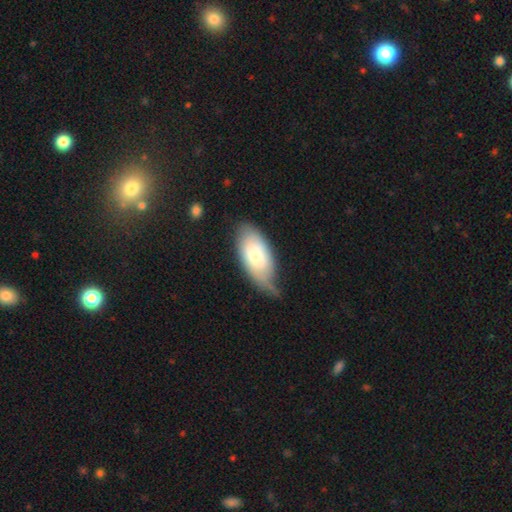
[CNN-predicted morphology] smooth-or-featured: smooth: 69% | featured or disk: 25% | star or artifact: 6%
  how-rounded: in between: 93% | cigar-shaped: 4% | round: 3%
  merging: none: 42% | minor disturbance: 38% | major disturbance: 16% | merger: 4%